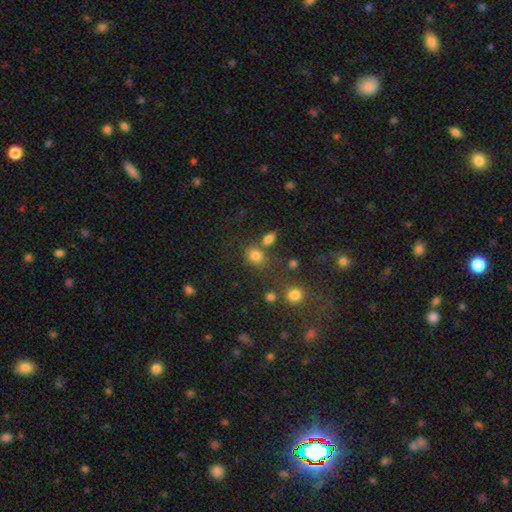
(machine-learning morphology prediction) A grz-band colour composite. It shows a smooth galaxy with no disk features (78%) that is round (56%). Merging: none (59%).